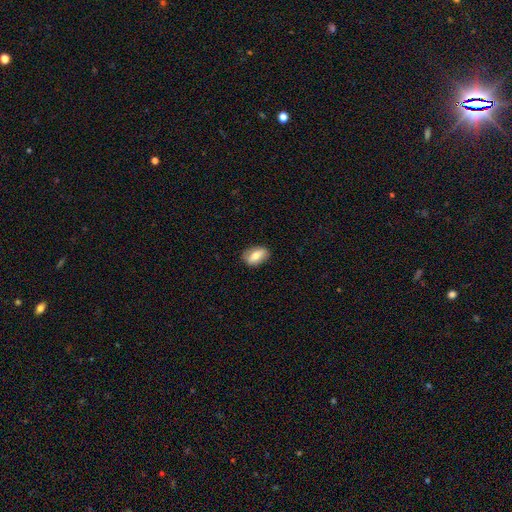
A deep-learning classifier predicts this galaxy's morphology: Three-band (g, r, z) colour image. It shows a smooth galaxy with no disk features (69%) that is in between round and cigar-shaped (88%). Merging: none (84%).